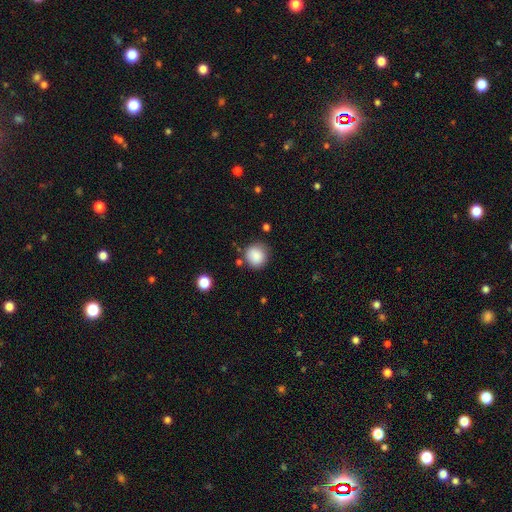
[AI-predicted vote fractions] smooth_or_featured: smooth (p=0.86) [alt: star or artifact p=0.09]
how_rounded: round (p=0.89) [alt: in between p=0.10]
merging: none (p=0.78) [alt: minor disturbance p=0.14]